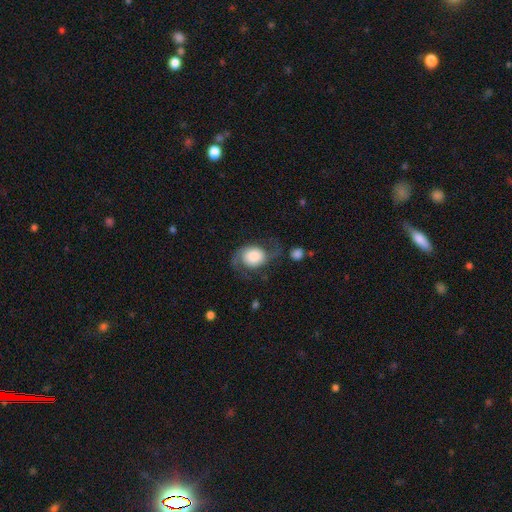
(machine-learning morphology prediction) Smooth or featured? featured or disk (62%)
Edge-on disk? no (97%)
Bar? no (74%)
Spiral arms? yes (91%)
Spiral winding? loose (59%)
Spiral arm count? 2 (90%)
Bulge size? large (36%)
Merging? none (54%)